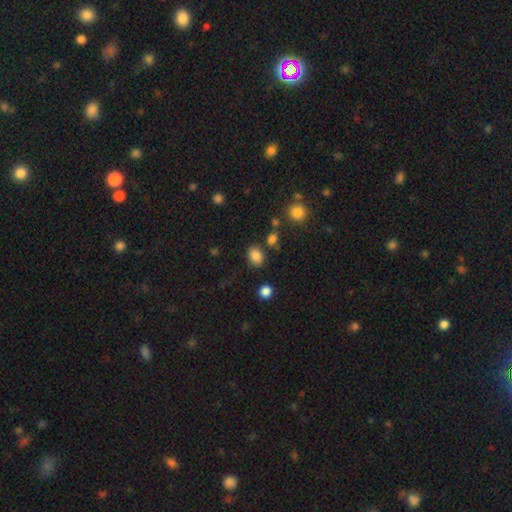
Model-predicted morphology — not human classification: smooth-or-featured: smooth: 84% | star or artifact: 11% | featured or disk: 4%
  how-rounded: in between: 54% | round: 45% | cigar-shaped: 1%
  merging: none: 80% | minor disturbance: 11% | merger: 5% | major disturbance: 4%